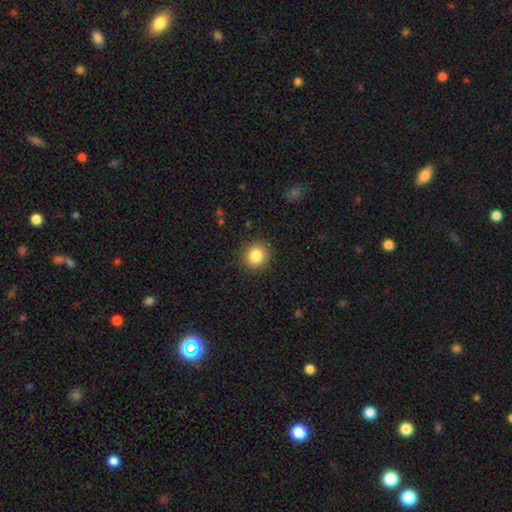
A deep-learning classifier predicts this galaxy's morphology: The model was most divided on "smooth or featured": smooth: 84%, star or artifact: 10%, featured or disk: 6%. More confident: merging — none (90%); how rounded — round (90%).